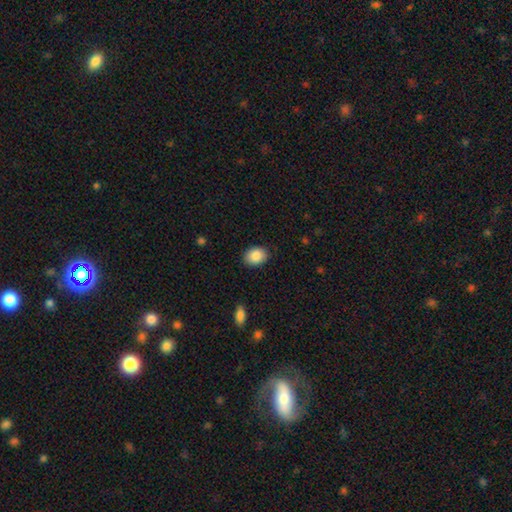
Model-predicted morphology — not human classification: smooth_or_featured: smooth (p=0.88) [alt: star or artifact p=0.07]
how_rounded: in between (p=0.71) [alt: round p=0.28]
merging: none (p=0.88) [alt: minor disturbance p=0.09]